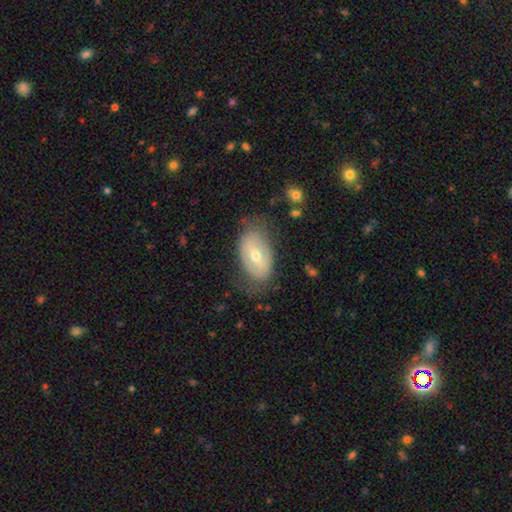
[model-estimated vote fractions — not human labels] The model was most divided on "smooth or featured": featured or disk: 49%, smooth: 44%, star or artifact: 7%. More confident: merging — none (65%).